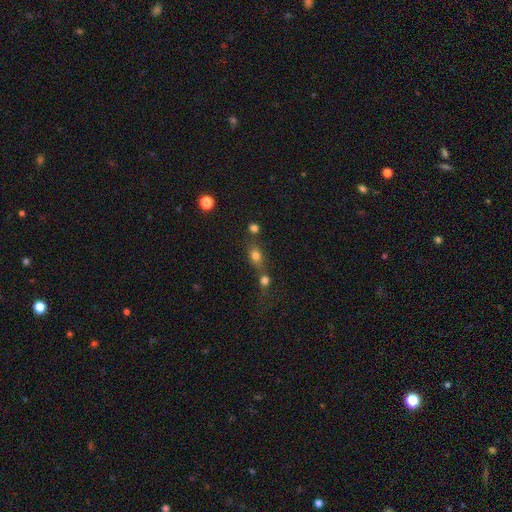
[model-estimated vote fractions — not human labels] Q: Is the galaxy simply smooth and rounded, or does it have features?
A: smooth — 76%.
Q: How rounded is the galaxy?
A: in between — 50%.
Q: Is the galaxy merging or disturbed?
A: none — 45%.